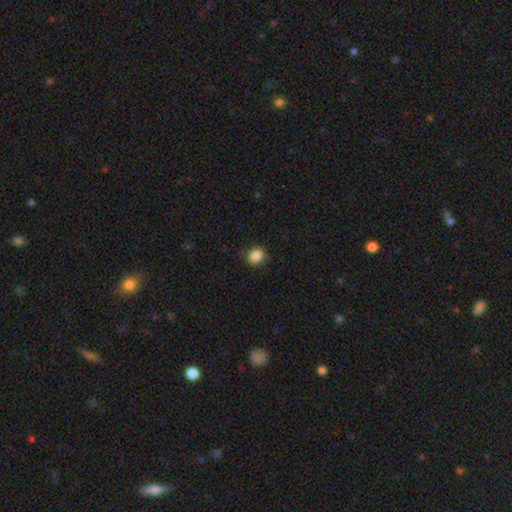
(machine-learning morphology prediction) Smooth or featured: smooth — 86% (star or artifact — 9%)
How rounded: round — 63% (in between — 36%)
Merging: none — 77% (minor disturbance — 18%)